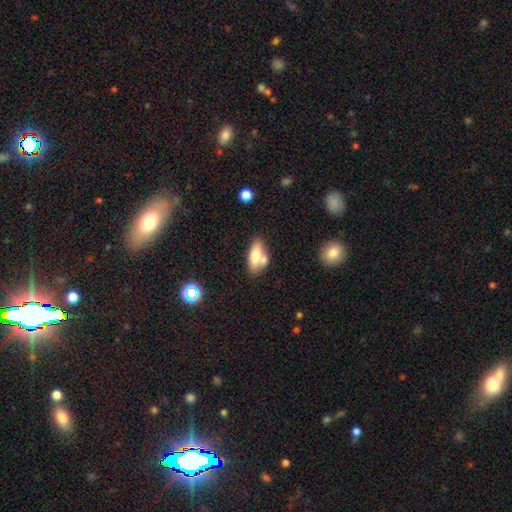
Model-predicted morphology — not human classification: Smooth or featured?
  - smooth: 71% *
  - featured or disk: 21%
  - star or artifact: 8%
How rounded?
  - in between: 85% *
  - cigar-shaped: 11%
  - round: 4%
Merging?
  - none: 49% *
  - merger: 29%
  - minor disturbance: 17%
  - major disturbance: 6%